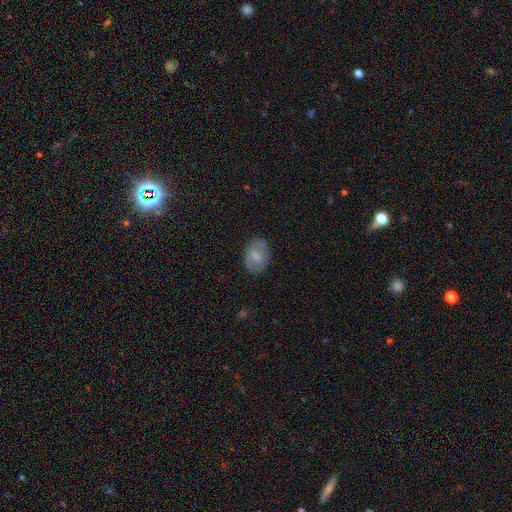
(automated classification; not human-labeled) Overall: smooth (71%). How rounded: in between (81%). Merging: none (82%).